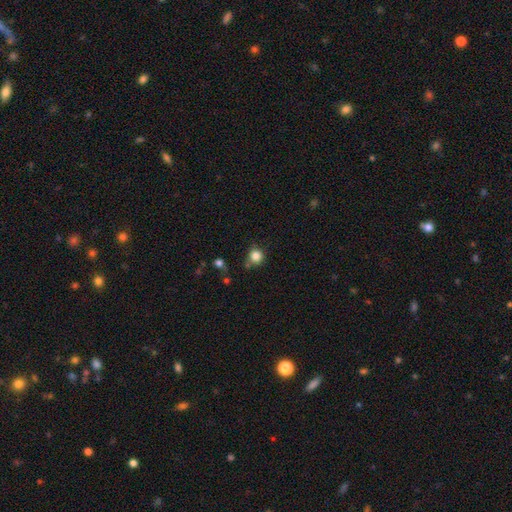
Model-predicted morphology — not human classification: smooth_or_featured: smooth (p=0.83) [alt: star or artifact p=0.11]
how_rounded: round (p=0.90) [alt: in between p=0.09]
merging: none (p=0.73) [alt: minor disturbance p=0.17]